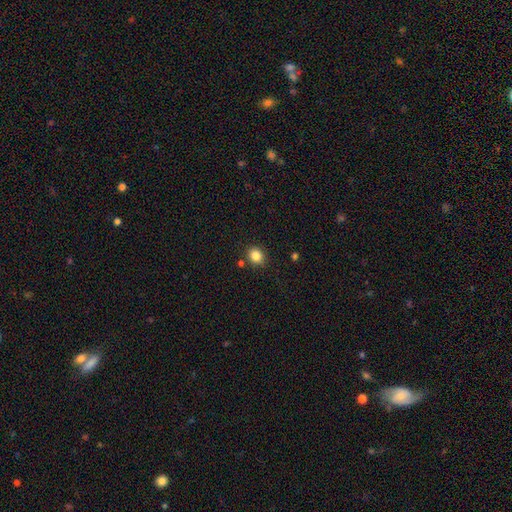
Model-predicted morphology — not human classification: Q: Smooth or featured?
A: smooth (84%); runner-up: star or artifact (11%)
Q: How rounded?
A: round (69%); runner-up: in between (31%)
Q: Merging?
A: none (84%); runner-up: minor disturbance (9%)